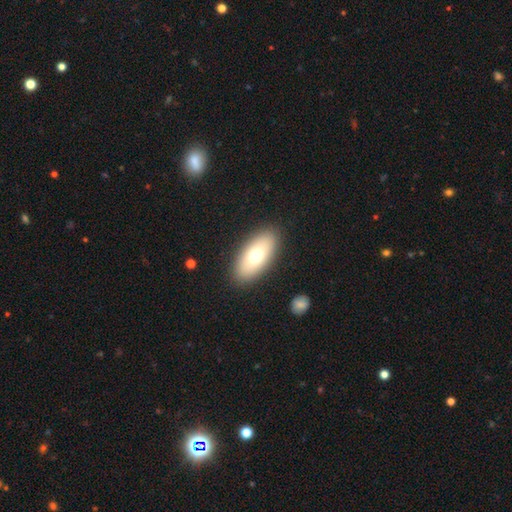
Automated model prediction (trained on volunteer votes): smooth-or-featured: smooth: 69% | featured or disk: 24% | star or artifact: 7%
  how-rounded: in between: 88% | cigar-shaped: 8% | round: 3%
  merging: none: 88% | minor disturbance: 8% | major disturbance: 3% | merger: 1%